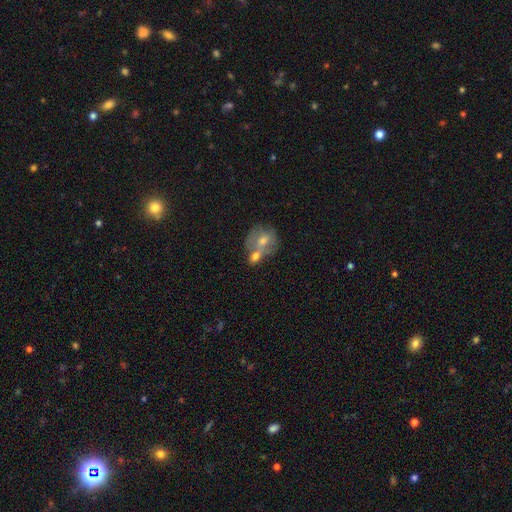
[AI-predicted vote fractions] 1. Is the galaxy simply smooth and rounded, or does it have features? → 62% smooth, 30% featured or disk, 8% star or artifact.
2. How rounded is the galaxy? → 54% round, 43% in between, 3% cigar-shaped.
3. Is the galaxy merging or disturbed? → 63% merger, 25% none, 8% minor disturbance, 4% major disturbance.